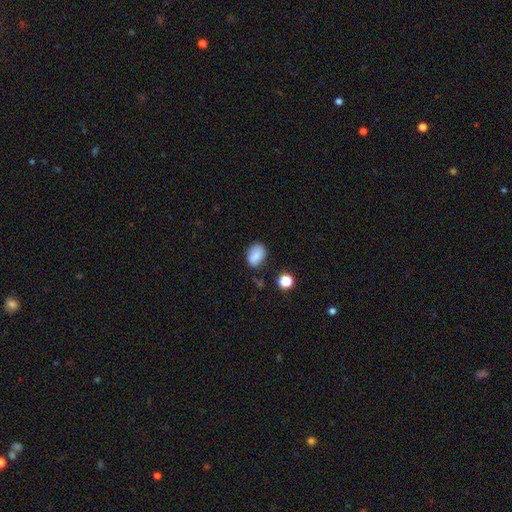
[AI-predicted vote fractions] Smooth or featured? smooth (78%)
How rounded? in between (67%)
Merging? none (71%)